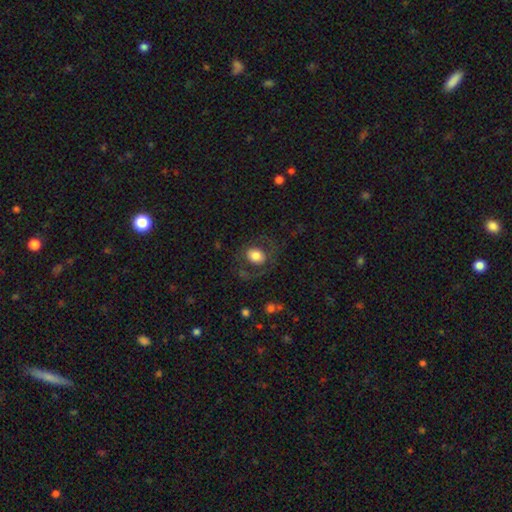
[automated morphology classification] smooth-or-featured: smooth: 68% | featured or disk: 24% | star or artifact: 8%
  how-rounded: round: 57% | in between: 42% | cigar-shaped: 1%
  merging: none: 68% | major disturbance: 15% | minor disturbance: 15% | merger: 2%